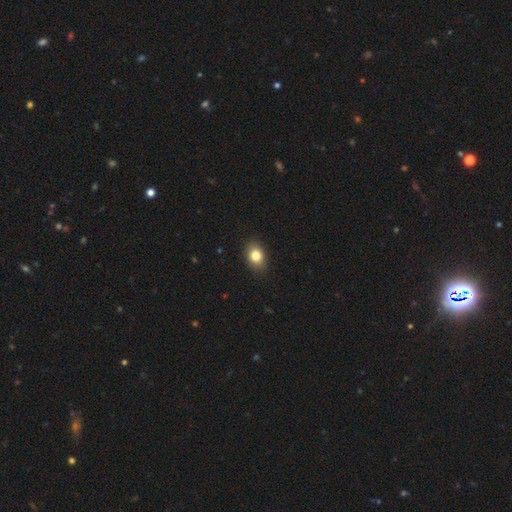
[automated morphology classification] Q: Smooth or featured?
A: smooth (82%); runner-up: star or artifact (9%)
Q: How rounded?
A: in between (72%); runner-up: round (27%)
Q: Merging?
A: none (86%); runner-up: minor disturbance (11%)